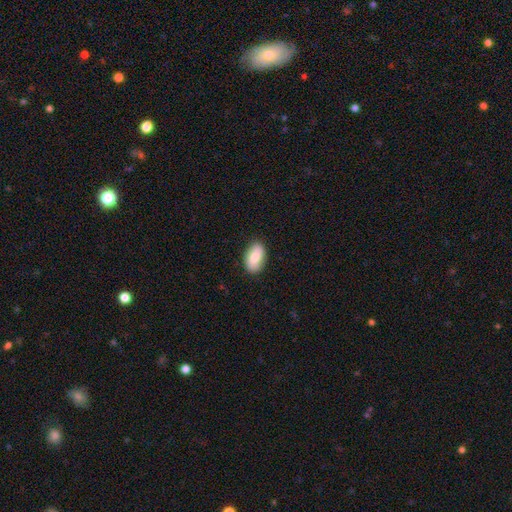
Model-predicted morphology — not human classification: smooth-or-featured: smooth: 80% | featured or disk: 14% | star or artifact: 6%
  how-rounded: in between: 93% | round: 4% | cigar-shaped: 2%
  merging: none: 86% | minor disturbance: 11% | major disturbance: 2% | merger: 1%